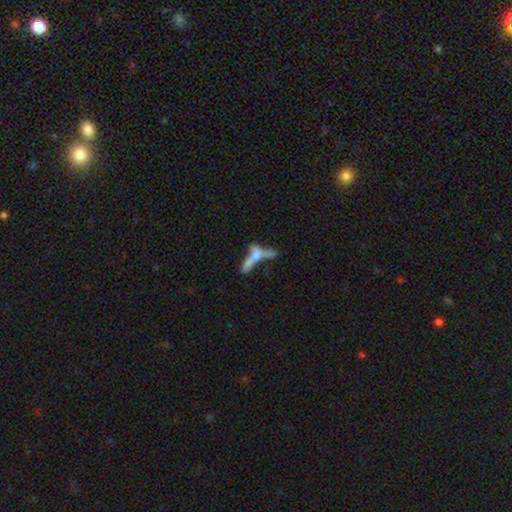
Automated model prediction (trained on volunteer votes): Smooth or featured? featured or disk (50%)
Merging? merger (46%)